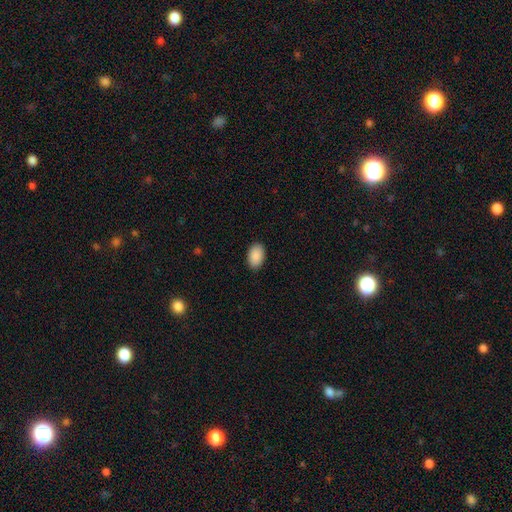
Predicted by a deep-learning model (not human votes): The model was most divided on "merging": none: 89%, minor disturbance: 8%, major disturbance: 2%, merger: 1%. More confident: how rounded — in between (92%); smooth or featured — smooth (91%).